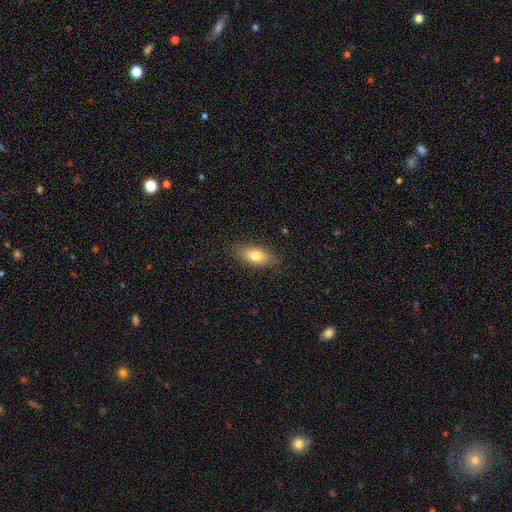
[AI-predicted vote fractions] A smooth galaxy with no disk features (78%) that is in between round and cigar-shaped (84%). Merging: none (86%).